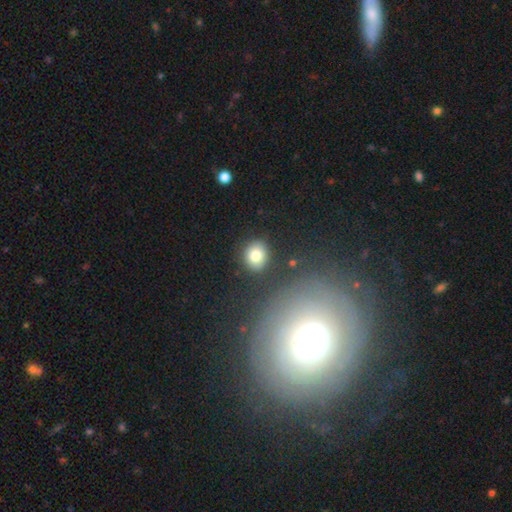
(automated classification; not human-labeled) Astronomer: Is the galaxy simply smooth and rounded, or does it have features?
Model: smooth — 81%.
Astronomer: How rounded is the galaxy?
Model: round — 74%.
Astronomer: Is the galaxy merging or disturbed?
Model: none — 87%.